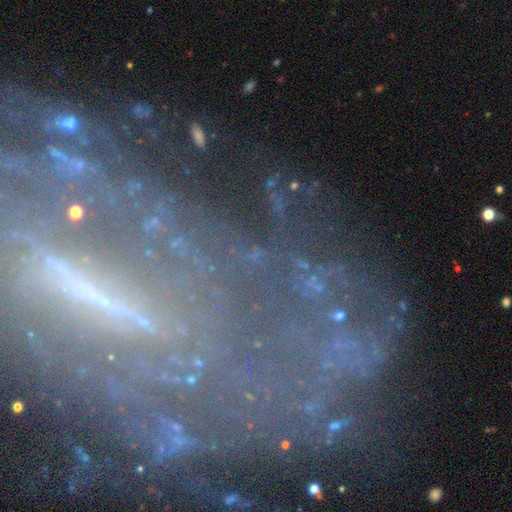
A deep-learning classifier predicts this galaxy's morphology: Smooth or featured: star or artifact — 62% (featured or disk — 21%)